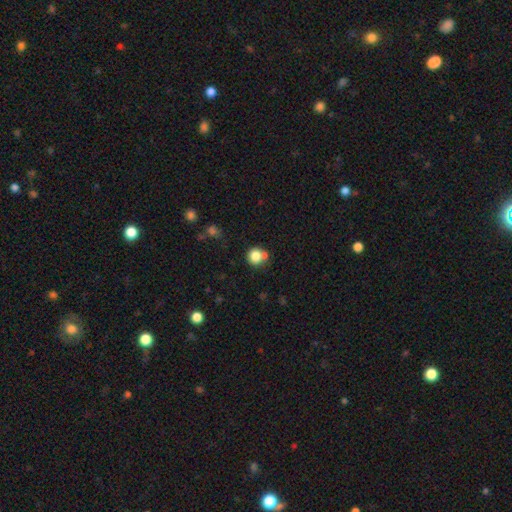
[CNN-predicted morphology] Smooth or featured? smooth (81%)
How rounded? round (87%)
Merging? none (57%)